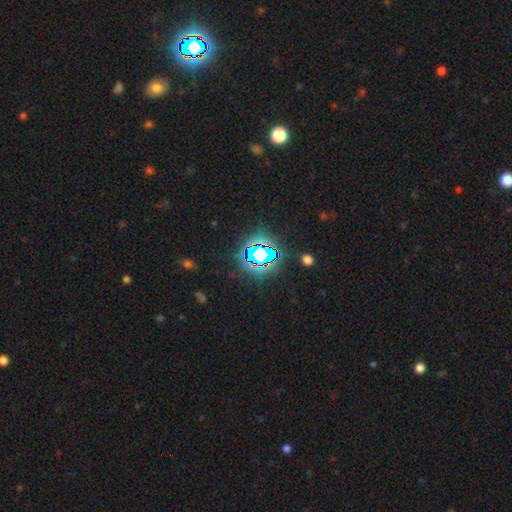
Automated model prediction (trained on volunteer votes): The model was most divided on "smooth or featured": star or artifact: 77%, smooth: 14%, featured or disk: 9%.